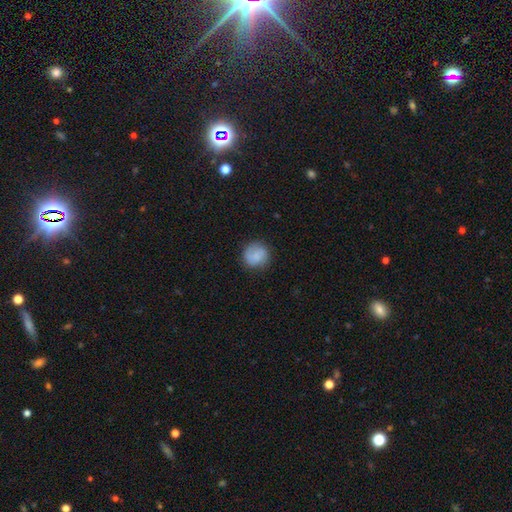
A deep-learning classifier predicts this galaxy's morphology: smooth-or-featured: smooth: 73% | featured or disk: 19% | star or artifact: 8%
  how-rounded: round: 87% | in between: 12% | cigar-shaped: 1%
  merging: none: 77% | minor disturbance: 16% | major disturbance: 6% | merger: 1%